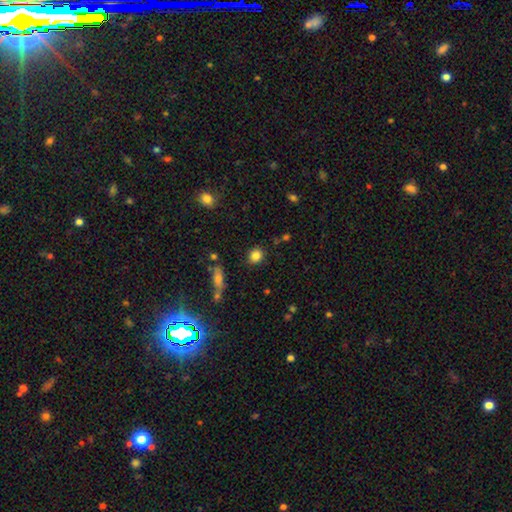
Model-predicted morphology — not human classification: This is clearly a smooth galaxy (84%). How rounded: likely round (76%). Merging: clearly none (86%).